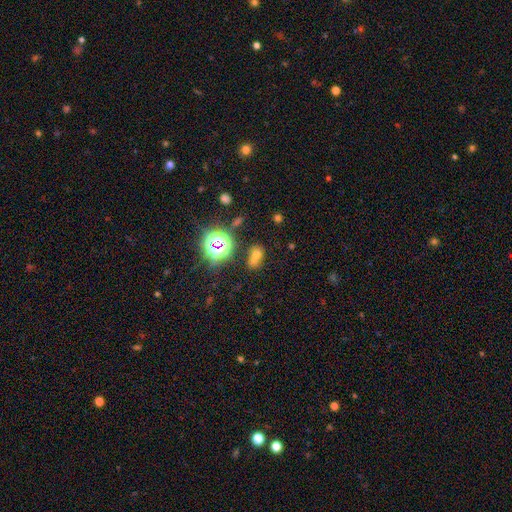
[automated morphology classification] A smooth galaxy with no disk features (54%) that is round (56%). Merging: merger (50%).